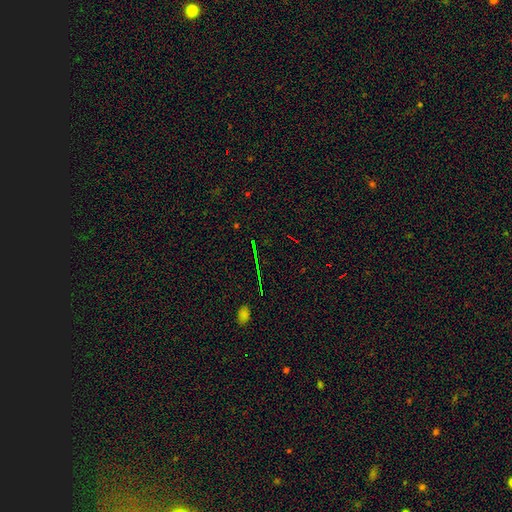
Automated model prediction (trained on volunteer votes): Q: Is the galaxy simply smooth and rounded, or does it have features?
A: star or artifact — 73%.